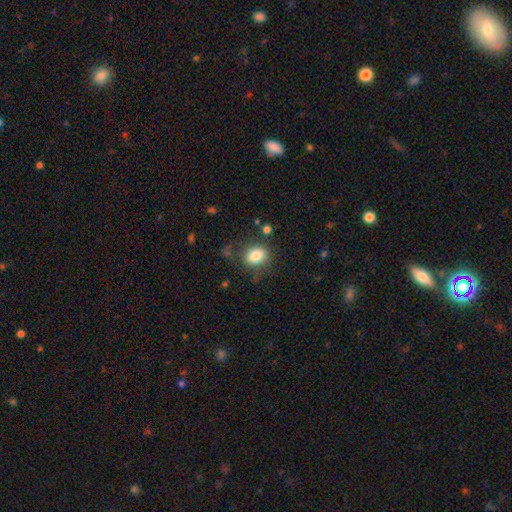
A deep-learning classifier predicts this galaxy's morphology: type=smooth (82%); roundness=round (54%); merging=none (75%).